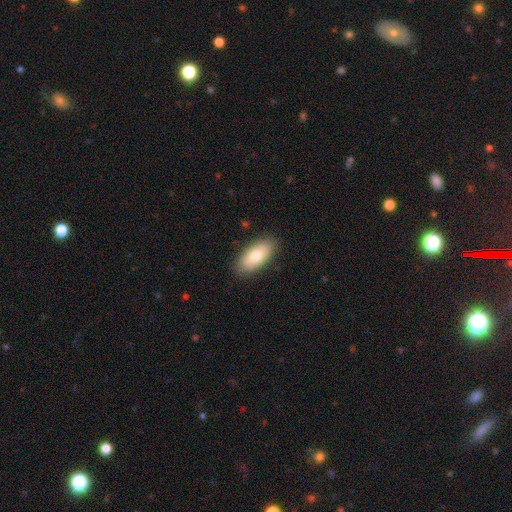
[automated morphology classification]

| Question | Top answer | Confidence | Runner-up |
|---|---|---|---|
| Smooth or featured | smooth | 75% | featured or disk (19%) |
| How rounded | in between | 91% | cigar-shaped (6%) |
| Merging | none | 87% | minor disturbance (10%) |